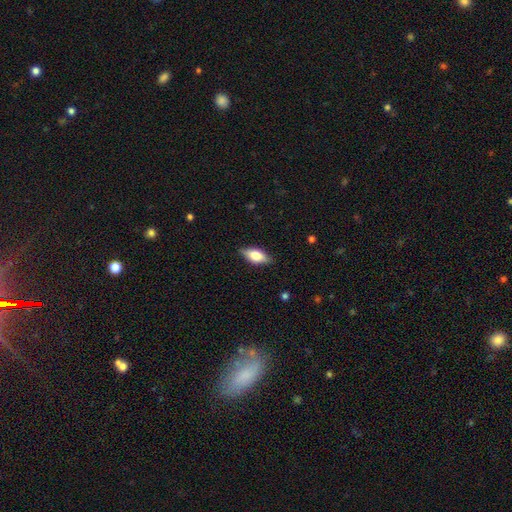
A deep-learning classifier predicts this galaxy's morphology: smooth 65%, featured or disk 28%, star or artifact 7%. Down the decision tree: how rounded — in between (83%); merging — none (84%).